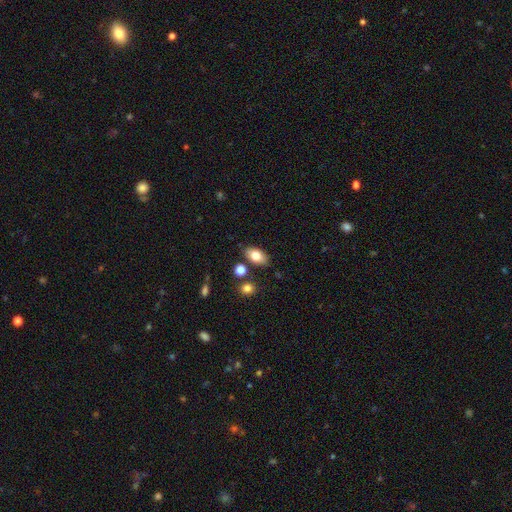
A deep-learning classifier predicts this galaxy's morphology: This is likely a smooth galaxy (78%). How rounded: clearly in between (91%). Merging: clearly none (80%).